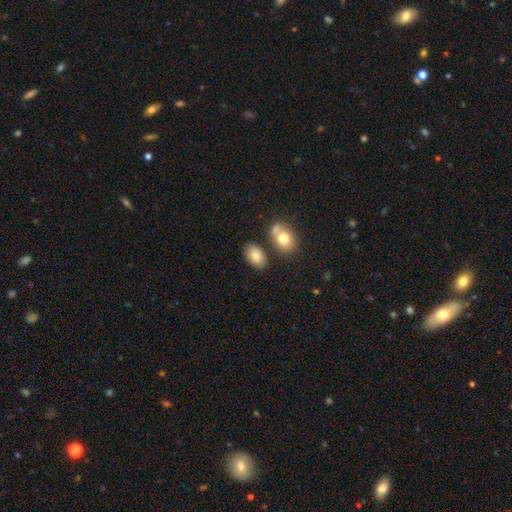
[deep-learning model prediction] A smooth galaxy with no disk features (84%) that is in between round and cigar-shaped (91%).

Vote fractions:
- Smooth or featured? smooth: 84% / featured or disk: 9% / star or artifact: 8%
- How rounded? in between: 91% / round: 8% / cigar-shaped: 1%
- Merging? none: 70% / merger: 13% / minor disturbance: 13% / major disturbance: 4%